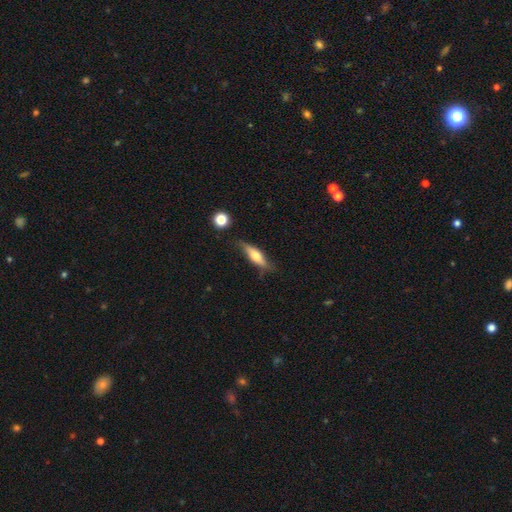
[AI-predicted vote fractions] smooth-or-featured: smooth: 53% | featured or disk: 40% | star or artifact: 7%
  how-rounded: cigar-shaped: 57% | in between: 40% | round: 3%
  merging: none: 71% | minor disturbance: 21% | major disturbance: 5% | merger: 3%